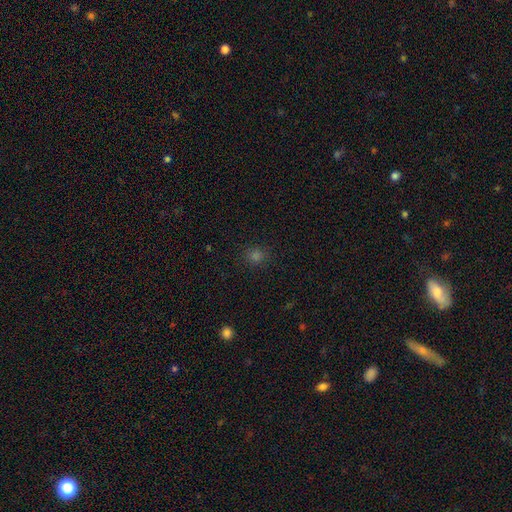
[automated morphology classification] This appears to be a smooth galaxy with no disk features (73%) that is round (87%). Merging: none (90%).